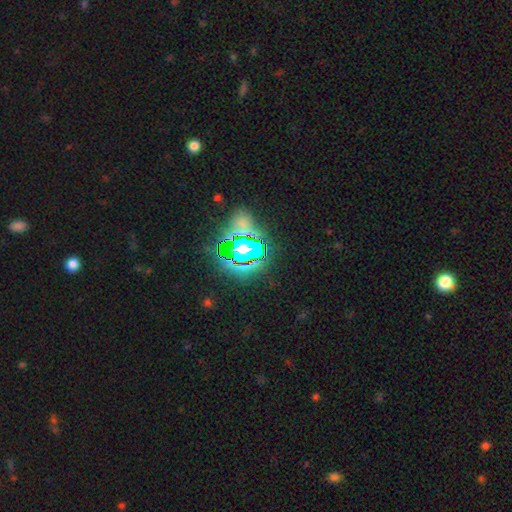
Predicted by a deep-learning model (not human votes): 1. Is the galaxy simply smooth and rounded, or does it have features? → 83% star or artifact, 10% smooth, 7% featured or disk.